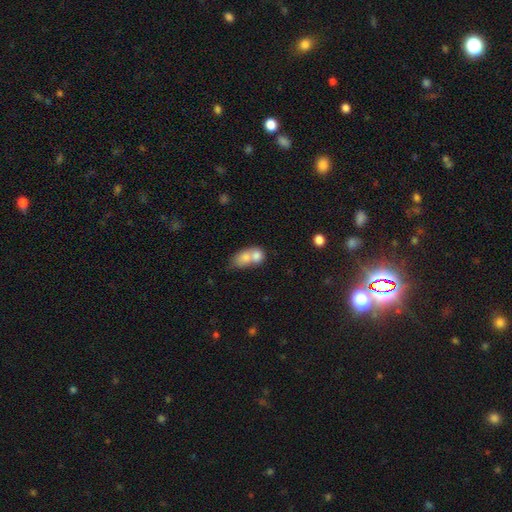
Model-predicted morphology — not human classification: A smooth galaxy with no disk features (74%) that is in between round and cigar-shaped (61%). Merging: merger (71%).